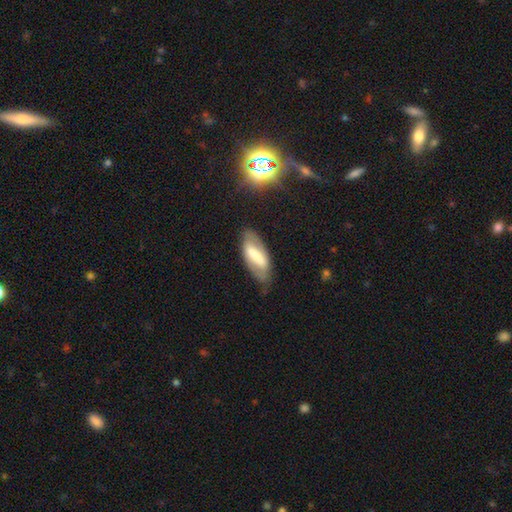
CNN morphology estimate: This is possibly a smooth galaxy (47%). Merging: likely none (65%).